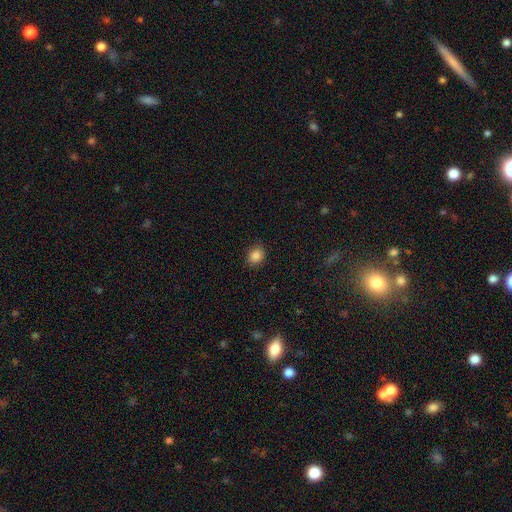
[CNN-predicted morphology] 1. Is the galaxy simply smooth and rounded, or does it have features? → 86% smooth, 10% star or artifact, 4% featured or disk.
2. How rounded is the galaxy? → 56% round, 43% in between, 1% cigar-shaped.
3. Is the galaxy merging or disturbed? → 85% none, 11% minor disturbance, 2% major disturbance, 1% merger.